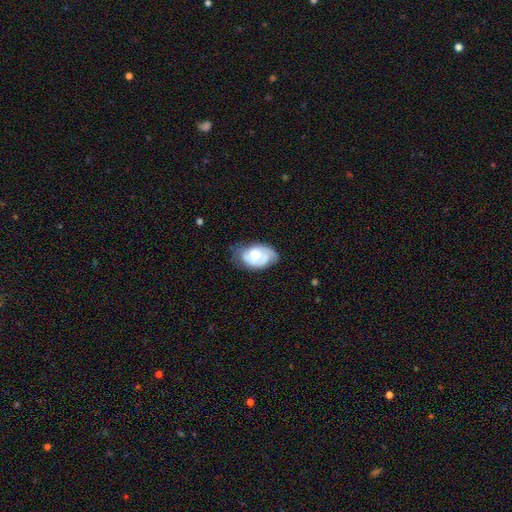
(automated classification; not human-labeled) featured or disk 61%, smooth 32%, star or artifact 6%. Down the decision tree: edge-on disk — no (96%); bar — no (71%); spiral arms — yes (84%); bulge size — moderate (55%); merging — none (55%).